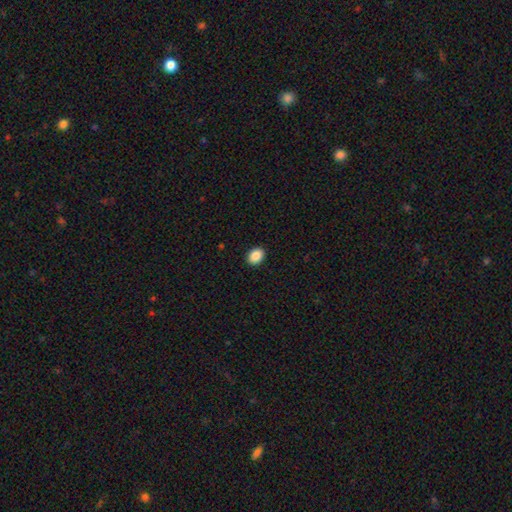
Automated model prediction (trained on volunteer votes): The model was most divided on "how rounded": in between: 62%, round: 37%, cigar-shaped: 1%. More confident: merging — none (91%); smooth or featured — smooth (88%).